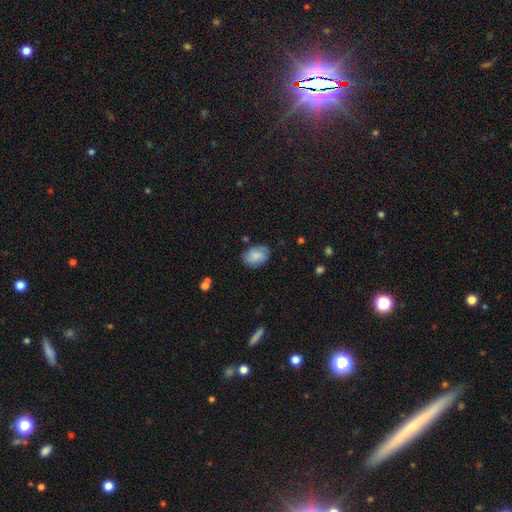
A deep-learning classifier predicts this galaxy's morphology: The model was most divided on "merging": none: 77%, minor disturbance: 17%, major disturbance: 4%, merger: 2%. More confident: how rounded — in between (81%); smooth or featured — smooth (78%).